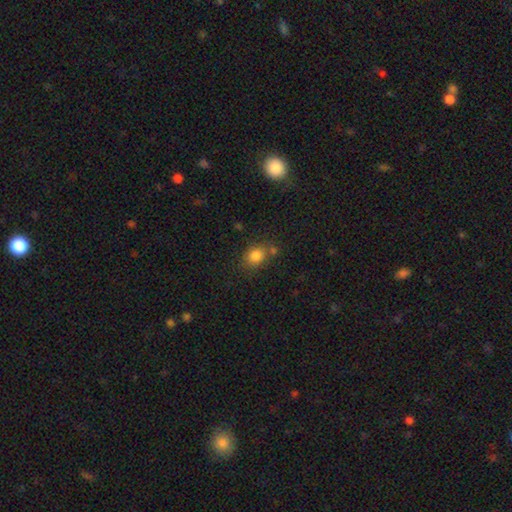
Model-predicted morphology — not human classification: This appears to be a smooth galaxy with no disk features (82%) that is in between round and cigar-shaped (50%). Merging: none (67%).